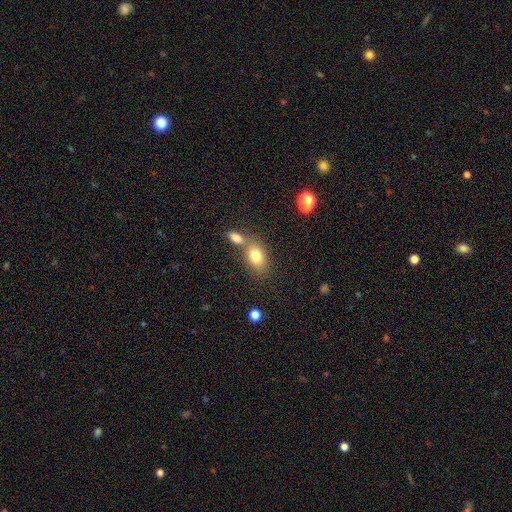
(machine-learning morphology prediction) smooth_or_featured: smooth (p=0.78) [alt: featured or disk p=0.13]
how_rounded: in between (p=0.79) [alt: round p=0.19]
merging: none (p=0.50) [alt: merger p=0.36]